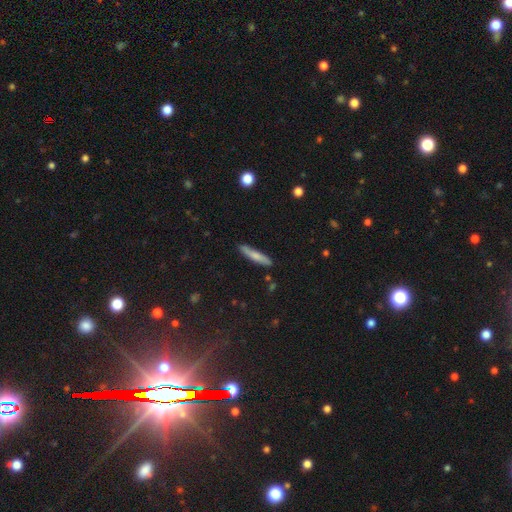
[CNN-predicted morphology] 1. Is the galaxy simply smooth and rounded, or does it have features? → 70% smooth, 24% featured or disk, 6% star or artifact.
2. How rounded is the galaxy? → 90% cigar-shaped, 8% in between, 2% round.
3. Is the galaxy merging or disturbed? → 85% none, 11% minor disturbance, 2% merger, 2% major disturbance.